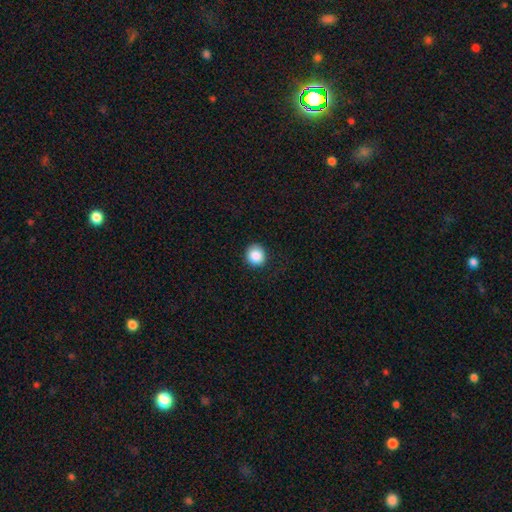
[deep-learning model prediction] Smooth or featured: smooth — 87% (star or artifact — 9%)
How rounded: round — 92% (in between — 7%)
Merging: none — 89% (minor disturbance — 7%)